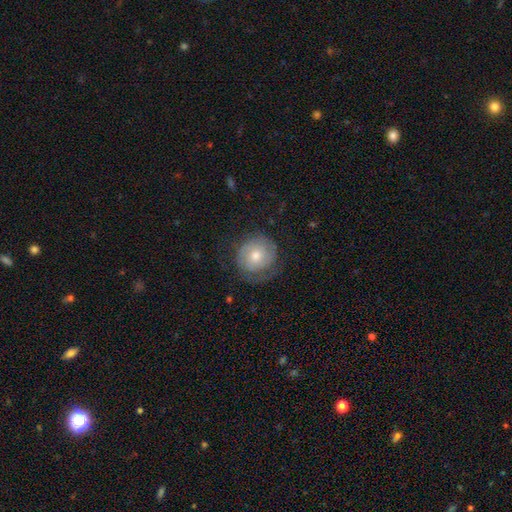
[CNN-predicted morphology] A featured or disk galaxy (61%) with no bar (77%), 2 (46%) tight (64%) spiral arms (86%) and a moderate central bulge (58%). Merging: none (68%).